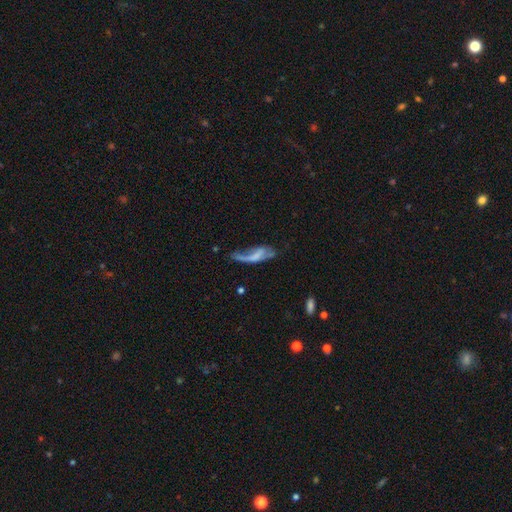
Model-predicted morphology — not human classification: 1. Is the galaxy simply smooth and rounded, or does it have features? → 50% featured or disk, 40% smooth, 10% star or artifact.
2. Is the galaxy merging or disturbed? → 45% major disturbance, 24% none, 22% minor disturbance, 10% merger.